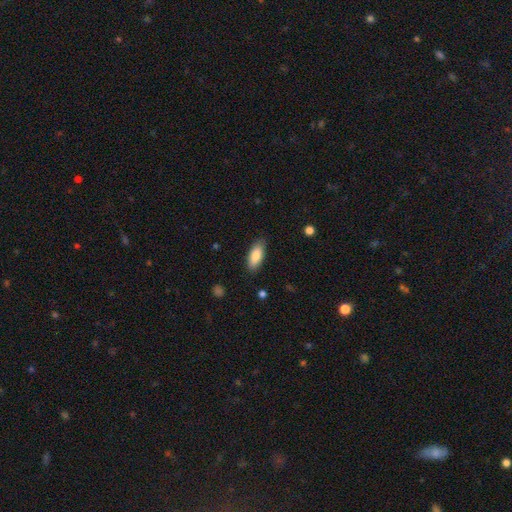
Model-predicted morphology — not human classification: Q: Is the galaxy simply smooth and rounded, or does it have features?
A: smooth — 84%.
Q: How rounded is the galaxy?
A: in between — 81%.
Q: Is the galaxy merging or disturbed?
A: none — 86%.